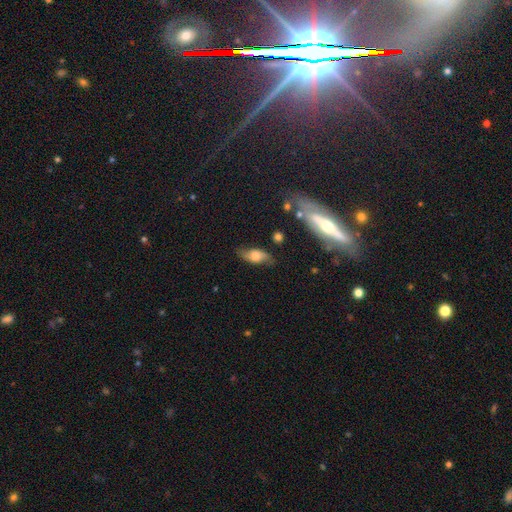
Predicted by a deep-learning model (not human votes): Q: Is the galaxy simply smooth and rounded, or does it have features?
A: smooth — 52%.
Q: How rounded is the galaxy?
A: in between — 78%.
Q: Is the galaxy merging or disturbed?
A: none — 71%.